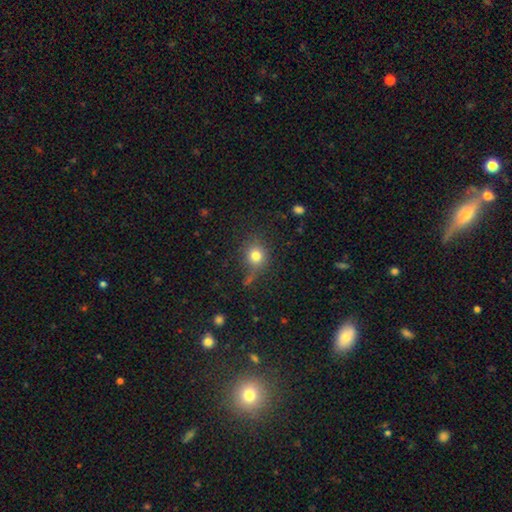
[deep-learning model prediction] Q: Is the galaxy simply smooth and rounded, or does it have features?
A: smooth — 78%.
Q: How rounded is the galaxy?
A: round — 78%.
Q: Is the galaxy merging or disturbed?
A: none — 72%.